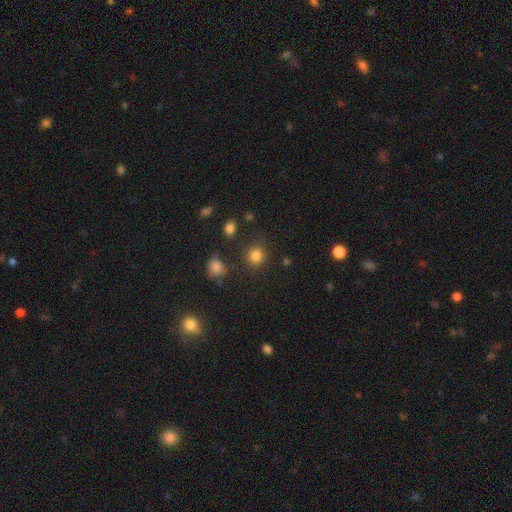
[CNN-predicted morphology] Q: Smooth or featured?
A: smooth (82%); runner-up: star or artifact (14%)
Q: How rounded?
A: round (87%); runner-up: in between (12%)
Q: Merging?
A: none (82%); runner-up: minor disturbance (9%)